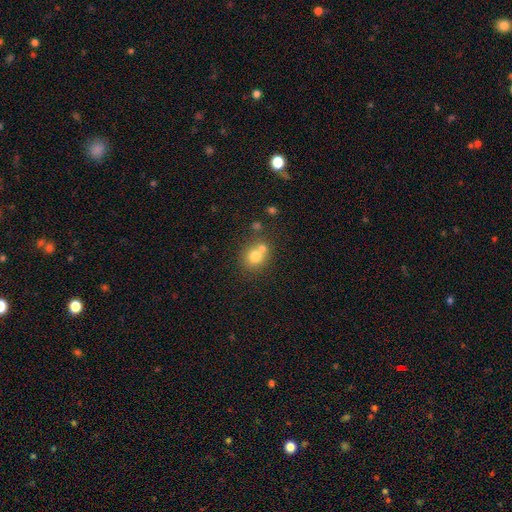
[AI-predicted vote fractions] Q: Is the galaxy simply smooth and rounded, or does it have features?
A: smooth — 74%.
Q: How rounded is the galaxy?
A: round — 79%.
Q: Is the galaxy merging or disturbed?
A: none — 45%.